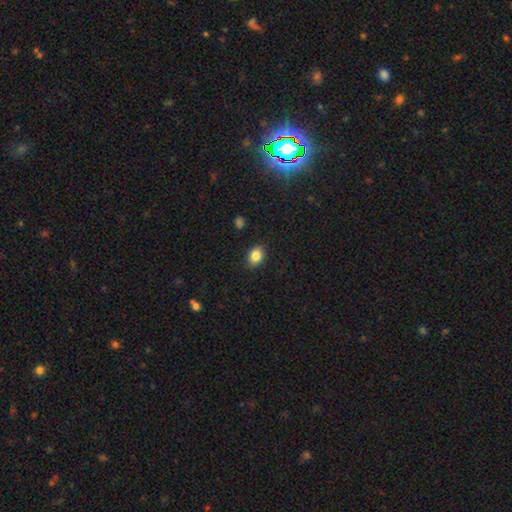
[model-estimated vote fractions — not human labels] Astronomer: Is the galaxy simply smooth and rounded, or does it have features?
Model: smooth — 85%.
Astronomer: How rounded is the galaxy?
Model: in between — 73%.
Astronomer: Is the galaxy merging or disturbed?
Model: none — 87%.